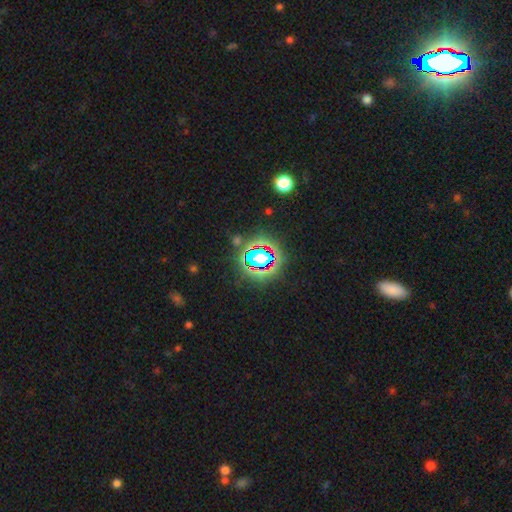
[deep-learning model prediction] This appears to be a star or artifact, not a galaxy (77%).